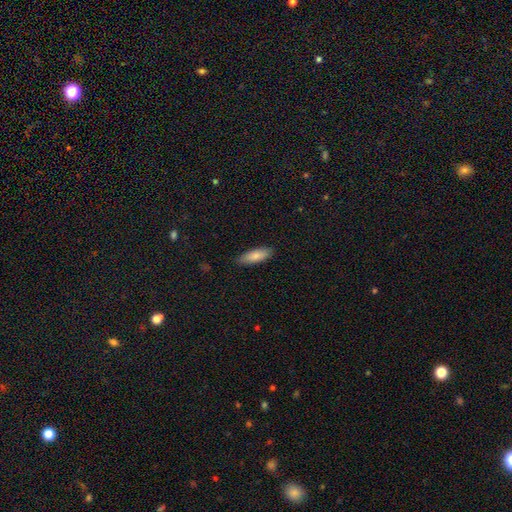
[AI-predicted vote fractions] A smooth galaxy with no disk features (82%) that is in between round and cigar-shaped (58%). Merging: none (87%).